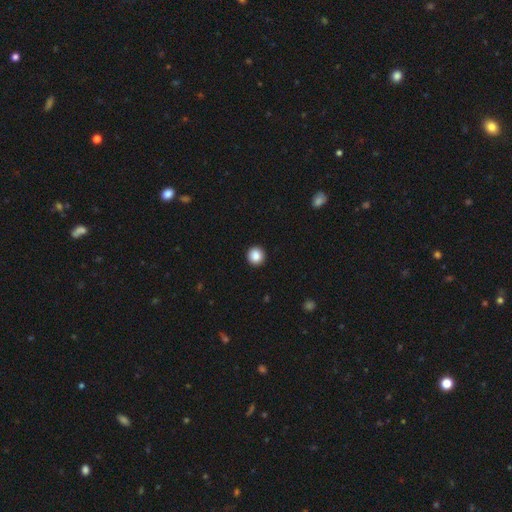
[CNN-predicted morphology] A smooth galaxy with no disk features (88%) that is round (94%). Merging: none (93%).